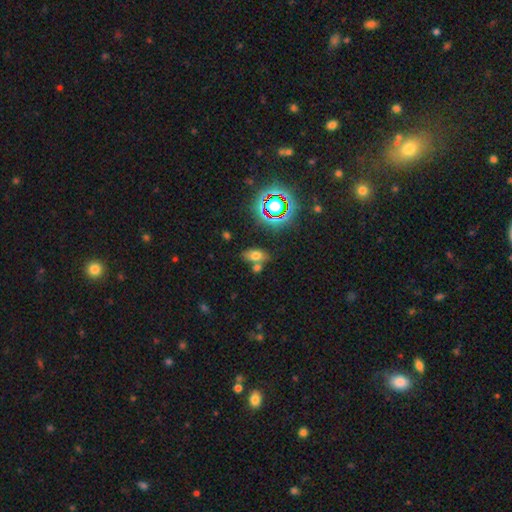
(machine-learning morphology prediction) Smooth or featured?
  - smooth: 65% *
  - star or artifact: 22%
  - featured or disk: 13%
How rounded?
  - in between: 83% *
  - round: 13%
  - cigar-shaped: 4%
Merging?
  - none: 59% *
  - merger: 24%
  - minor disturbance: 12%
  - major disturbance: 4%